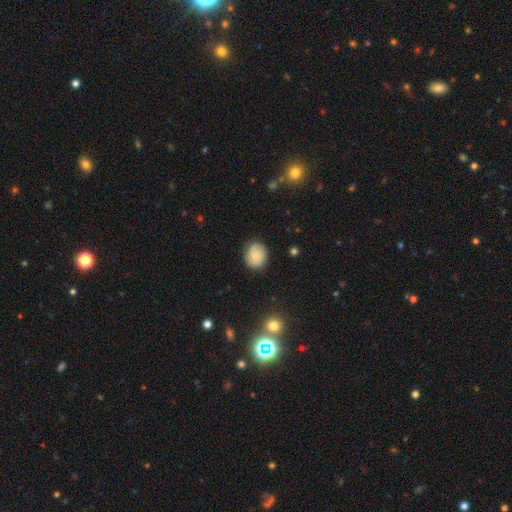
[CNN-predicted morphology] Smooth or featured?
  - smooth: 81% *
  - featured or disk: 10%
  - star or artifact: 9%
How rounded?
  - round: 76% *
  - in between: 23%
  - cigar-shaped: 1%
Merging?
  - none: 82% *
  - minor disturbance: 14%
  - major disturbance: 3%
  - merger: 1%